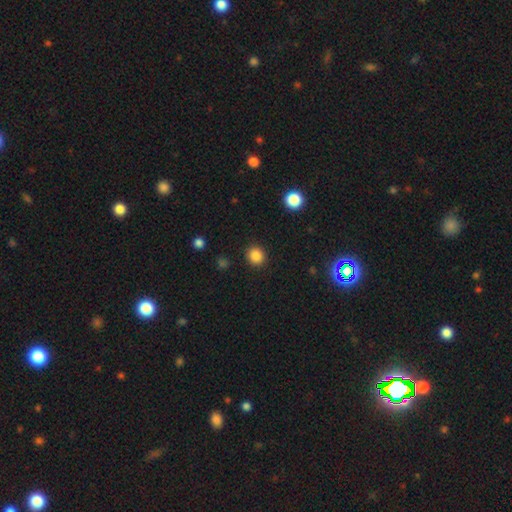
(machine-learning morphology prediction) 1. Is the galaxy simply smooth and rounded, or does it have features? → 85% smooth, 11% star or artifact, 3% featured or disk.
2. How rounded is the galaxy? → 88% round, 11% in between, 1% cigar-shaped.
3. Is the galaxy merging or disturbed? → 91% none, 6% minor disturbance, 2% major disturbance, 1% merger.